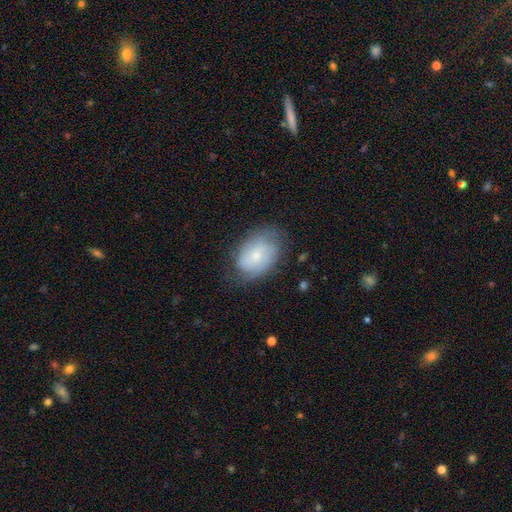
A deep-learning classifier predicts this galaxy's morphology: Smooth or featured?
  - featured or disk: 52% *
  - smooth: 40%
  - star or artifact: 8%
Edge-on disk?
  - no: 96% *
  - yes: 4%
Merging?
  - none: 70% *
  - minor disturbance: 22%
  - major disturbance: 7%
  - merger: 1%